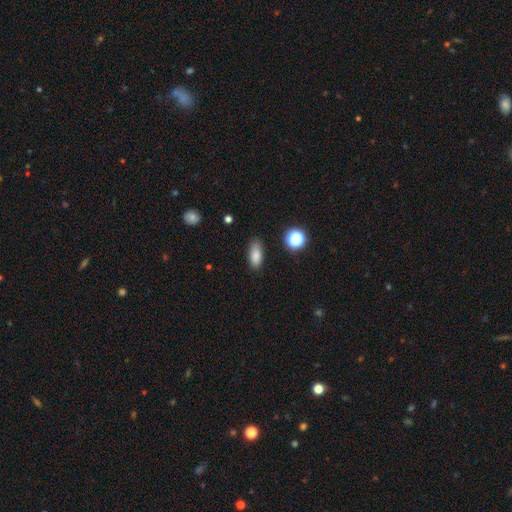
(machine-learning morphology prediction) A smooth galaxy with no disk features (84%) that is in between round and cigar-shaped (84%).

Vote fractions:
- Smooth or featured? smooth: 84% / star or artifact: 10% / featured or disk: 6%
- How rounded? in between: 84% / cigar-shaped: 11% / round: 5%
- Merging? none: 81% / minor disturbance: 14% / major disturbance: 3% / merger: 2%